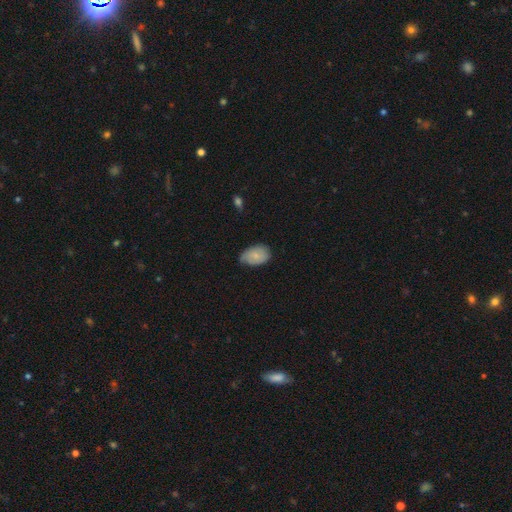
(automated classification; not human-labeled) Smooth or featured? Predicted: smooth (p=0.69). How rounded? Predicted: in between (p=0.87). Merging? Predicted: none (p=0.56).